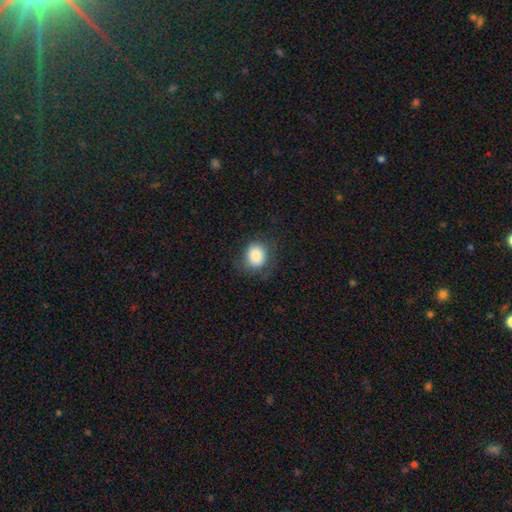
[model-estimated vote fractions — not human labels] This appears to be a smooth galaxy with no disk features (84%) that is round (65%). Merging: none (73%).